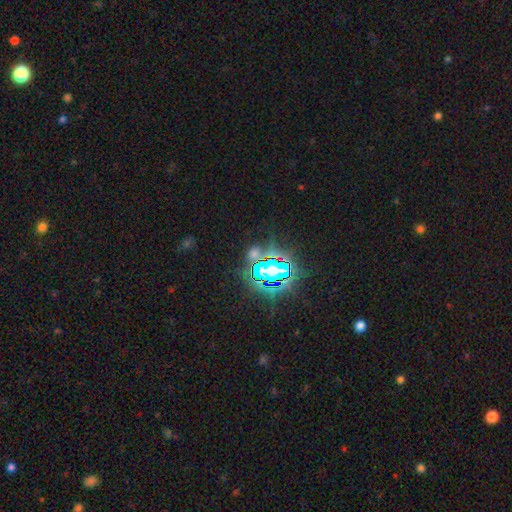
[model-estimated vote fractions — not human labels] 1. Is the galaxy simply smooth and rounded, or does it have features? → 77% star or artifact, 13% smooth, 10% featured or disk.